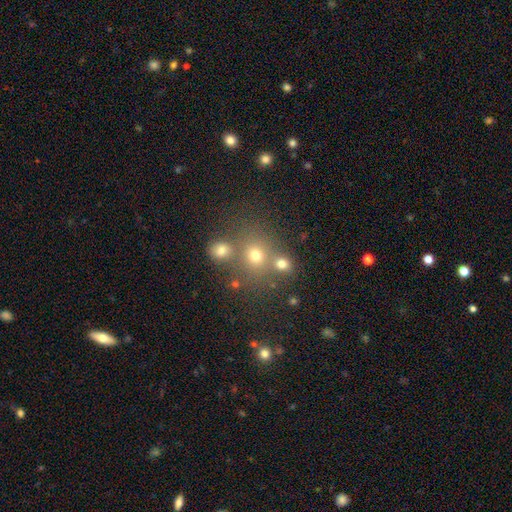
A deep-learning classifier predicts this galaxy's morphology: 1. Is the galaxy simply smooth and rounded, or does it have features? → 67% smooth, 22% star or artifact, 12% featured or disk.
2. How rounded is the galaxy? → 81% round, 18% in between, 1% cigar-shaped.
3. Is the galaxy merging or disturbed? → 59% none, 27% merger, 9% minor disturbance, 4% major disturbance.